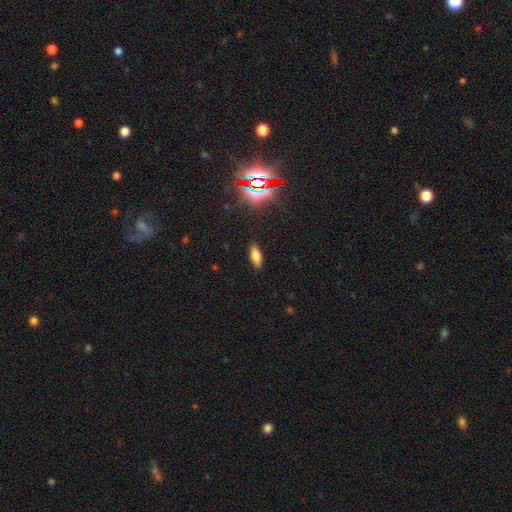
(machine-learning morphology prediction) Overall: smooth (73%). How rounded: in between (74%). Merging: none (88%).